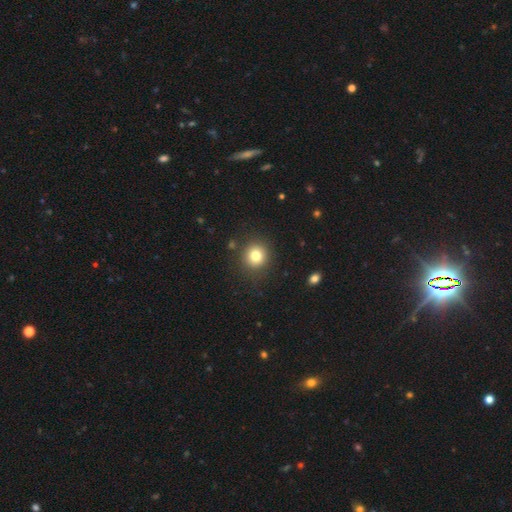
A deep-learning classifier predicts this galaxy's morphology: Smooth or featured: smooth — 79% (star or artifact — 12%)
How rounded: round — 91% (in between — 8%)
Merging: none — 87% (minor disturbance — 8%)